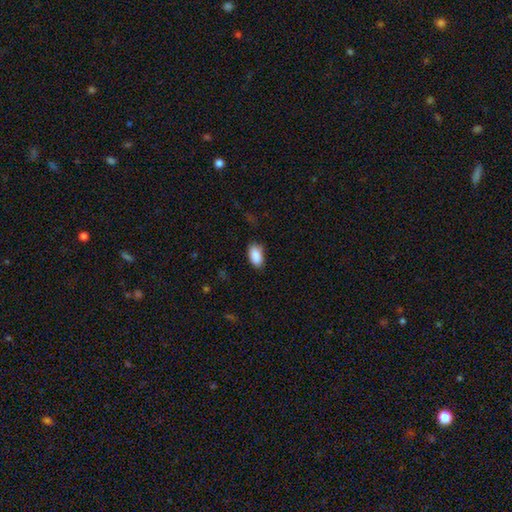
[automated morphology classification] The model was most divided on "merging": none: 83%, minor disturbance: 13%, major disturbance: 3%, merger: 1%. More confident: how rounded — in between (94%); smooth or featured — smooth (90%).